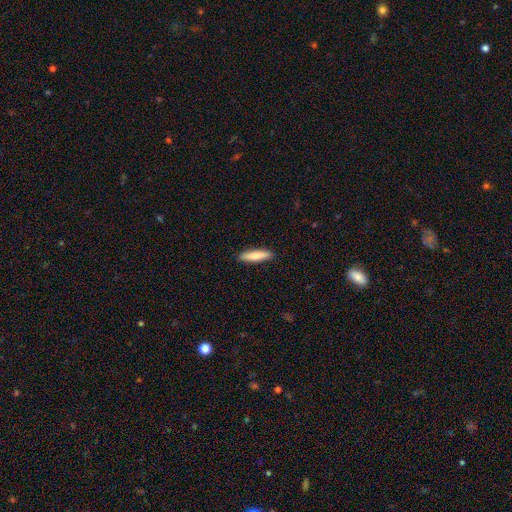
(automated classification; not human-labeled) A smooth galaxy with no disk features (83%) that is cigar-shaped (81%).

Vote fractions:
- Smooth or featured? smooth: 83% / featured or disk: 11% / star or artifact: 5%
- How rounded? cigar-shaped: 81% / in between: 18% / round: 1%
- Merging? none: 91% / minor disturbance: 7% / major disturbance: 1% / merger: 1%